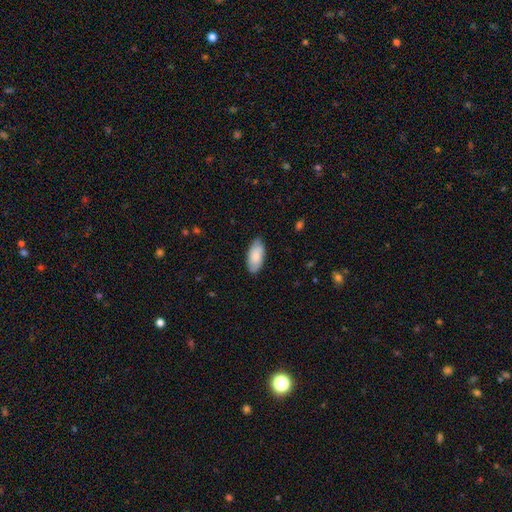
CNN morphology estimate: Overall: smooth (82%). How rounded: in between (92%). Merging: none (83%).